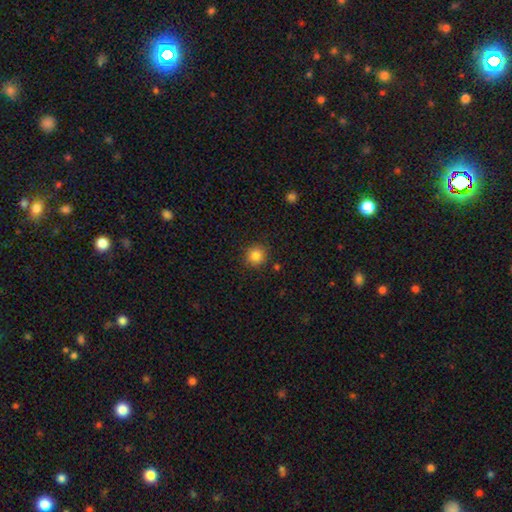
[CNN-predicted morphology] Q: Smooth or featured?
A: smooth (85%); runner-up: star or artifact (10%)
Q: How rounded?
A: round (92%); runner-up: in between (7%)
Q: Merging?
A: none (88%); runner-up: minor disturbance (8%)